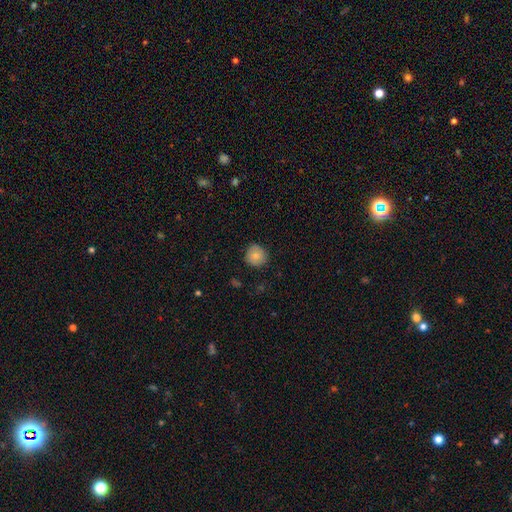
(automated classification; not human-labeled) Smooth or featured: smooth — 79% (featured or disk — 13%)
How rounded: round — 92% (in between — 7%)
Merging: none — 85% (minor disturbance — 12%)